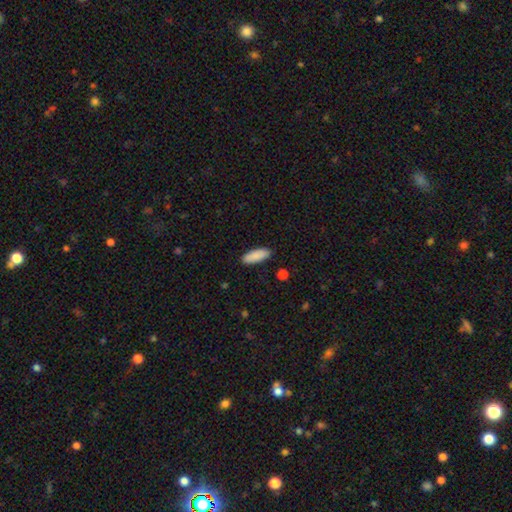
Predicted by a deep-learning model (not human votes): The model was most divided on "how rounded": in between: 69%, cigar-shaped: 29%, round: 2%. More confident: smooth or featured — smooth (89%); merging — none (89%).